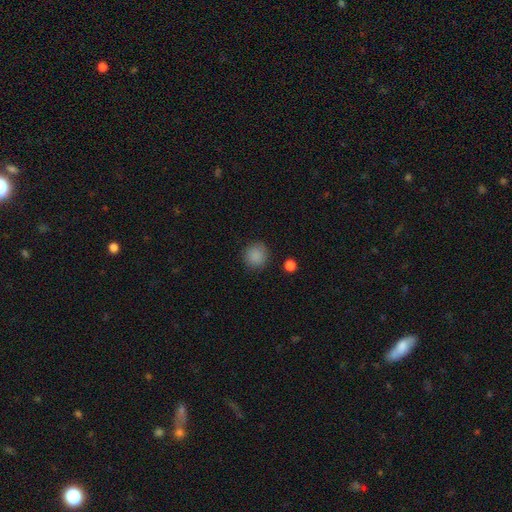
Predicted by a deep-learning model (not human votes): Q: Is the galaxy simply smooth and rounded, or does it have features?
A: smooth — 87%.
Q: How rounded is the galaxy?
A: round — 90%.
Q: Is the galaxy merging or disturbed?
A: none — 87%.